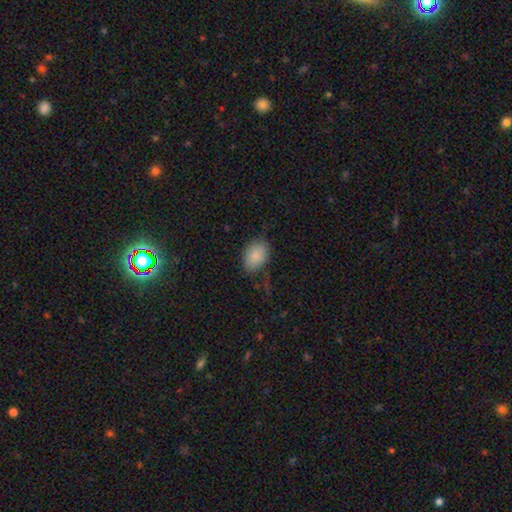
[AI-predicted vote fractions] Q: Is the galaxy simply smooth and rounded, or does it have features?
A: smooth — 87%.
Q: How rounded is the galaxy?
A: in between — 84%.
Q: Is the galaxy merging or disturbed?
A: none — 76%.